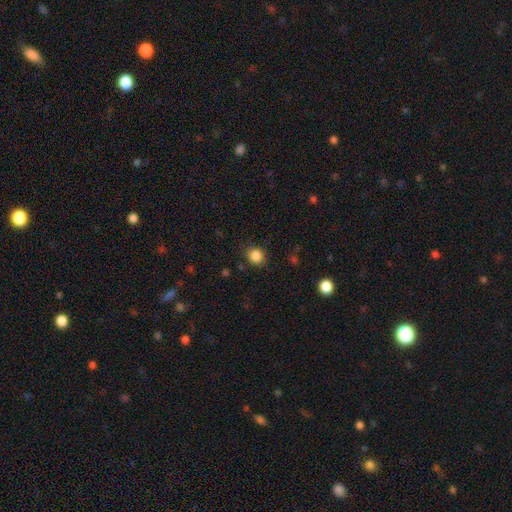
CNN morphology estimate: Smooth or featured? Predicted: smooth (p=0.86). How rounded? Predicted: round (p=0.70). Merging? Predicted: none (p=0.83).